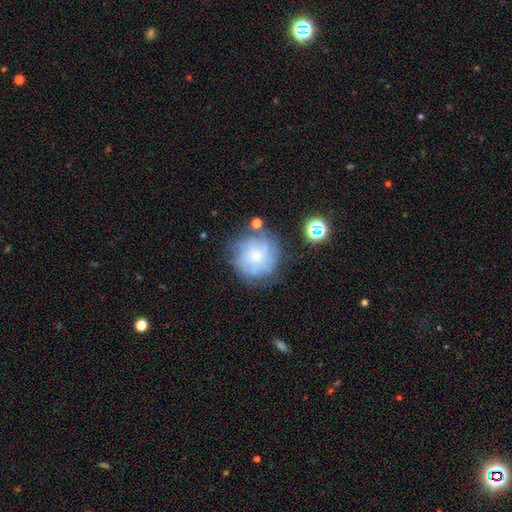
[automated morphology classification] Smooth or featured? Predicted: featured or disk (p=0.52). Edge-on disk? Predicted: no (p=0.97). Bar? Predicted: no (p=0.81). Spiral arms? Predicted: yes (p=0.73). Bulge size? Predicted: small (p=0.53). Merging? Predicted: none (p=0.68).